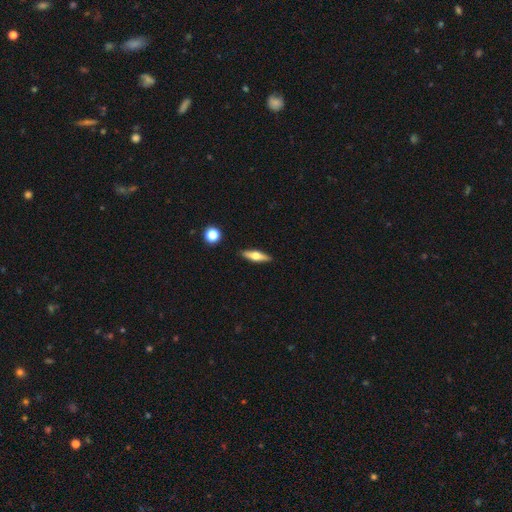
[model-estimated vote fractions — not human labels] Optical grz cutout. It shows a featured or disk galaxy (49%). Merging: none (89%).